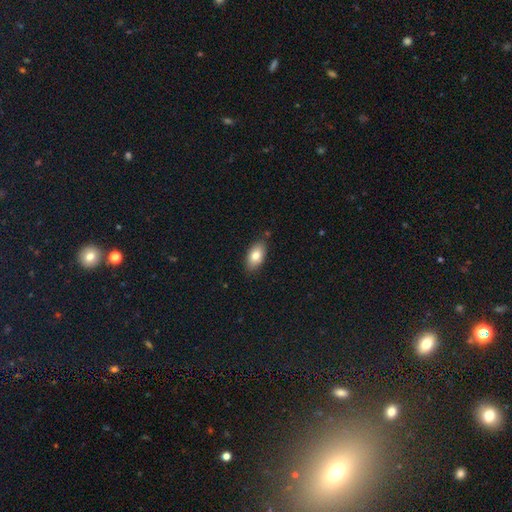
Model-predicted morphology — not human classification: A smooth galaxy with no disk features (80%) that is in between round and cigar-shaped (92%). Merging: none (84%).